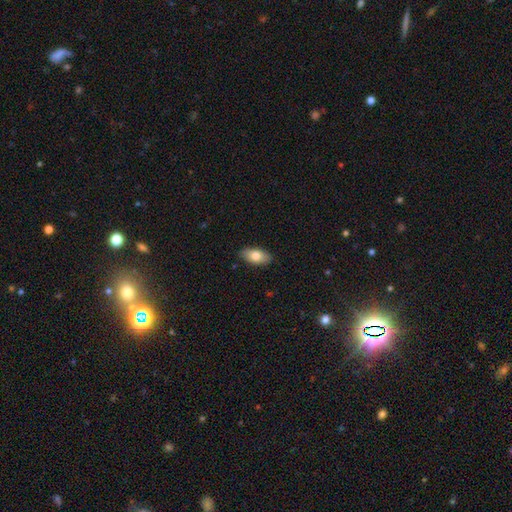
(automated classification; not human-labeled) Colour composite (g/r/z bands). It shows a smooth galaxy with no disk features (79%) that is in between round and cigar-shaped (91%). Merging: none (87%).